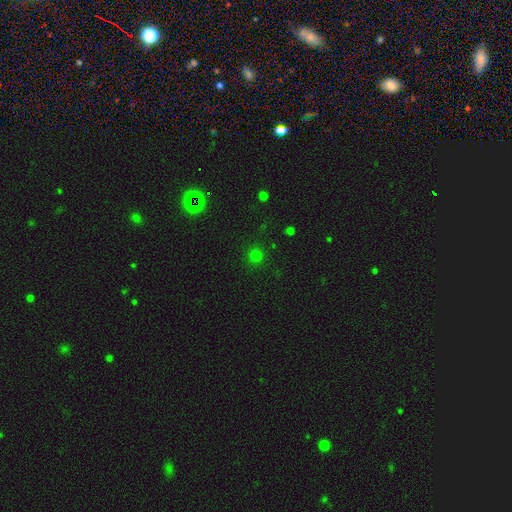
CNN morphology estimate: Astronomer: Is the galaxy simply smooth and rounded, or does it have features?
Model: smooth — 71%.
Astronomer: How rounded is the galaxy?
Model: round — 94%.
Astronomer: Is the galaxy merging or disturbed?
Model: none — 89%.